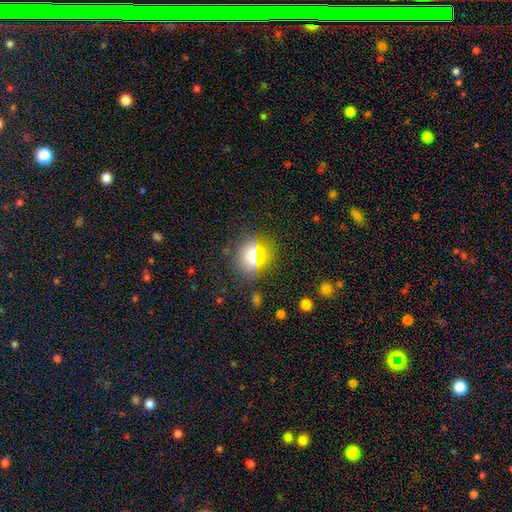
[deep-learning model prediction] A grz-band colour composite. It shows a smooth galaxy with no disk features (69%) that is round (65%). Merging: none (83%).